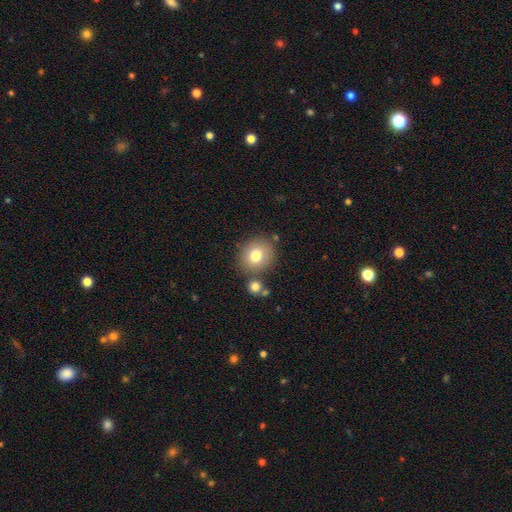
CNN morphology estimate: smooth_or_featured: smooth (p=0.77) [alt: featured or disk p=0.13]
how_rounded: round (p=0.79) [alt: in between p=0.20]
merging: none (p=0.73) [alt: merger p=0.12]